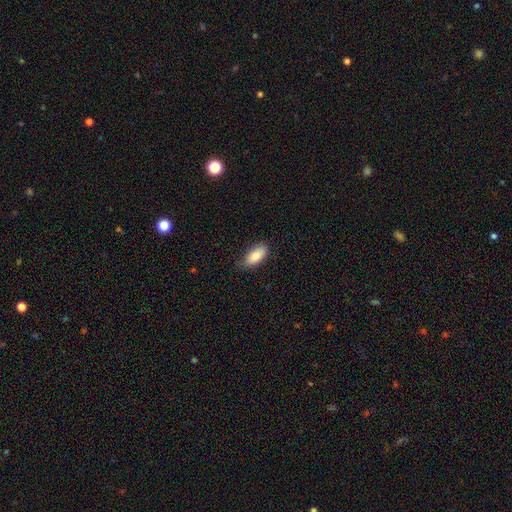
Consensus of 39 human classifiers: A smooth galaxy with no disk features (82%) that is in between round and cigar-shaped (91%). Merging: none (82%).